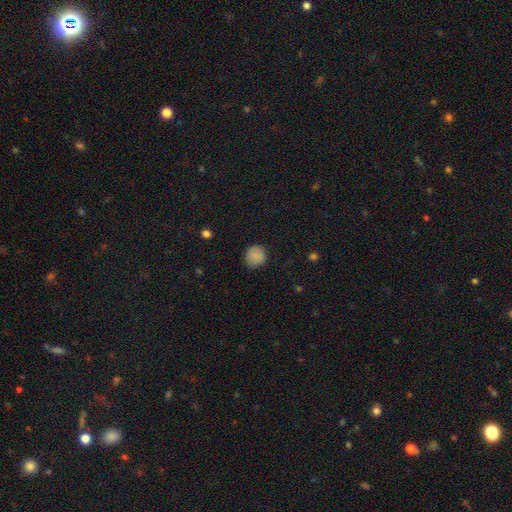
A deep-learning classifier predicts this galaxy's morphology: smooth_or_featured: smooth (p=0.85) [alt: star or artifact p=0.10]
how_rounded: round (p=0.83) [alt: in between p=0.16]
merging: none (p=0.77) [alt: minor disturbance p=0.18]